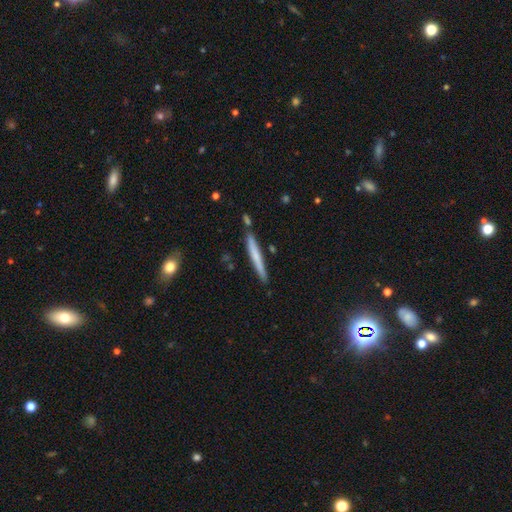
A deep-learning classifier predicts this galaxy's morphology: Smooth or featured: smooth — 61% (featured or disk — 34%)
How rounded: cigar-shaped — 97% (in between — 2%)
Merging: none — 84% (minor disturbance — 10%)